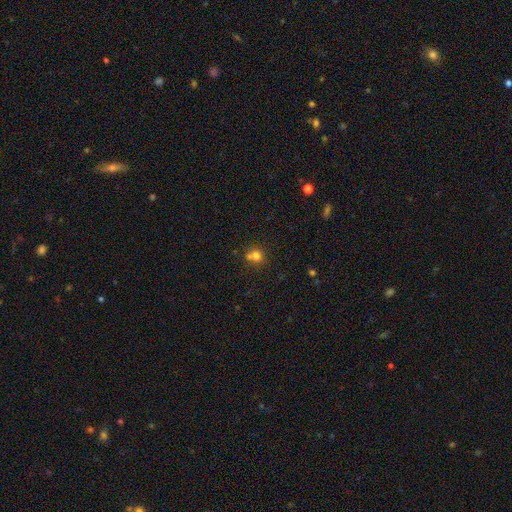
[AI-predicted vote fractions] The model was most divided on "merging": none: 53%, merger: 35%, minor disturbance: 9%, major disturbance: 3%. More confident: how rounded — round (87%); smooth or featured — smooth (74%).